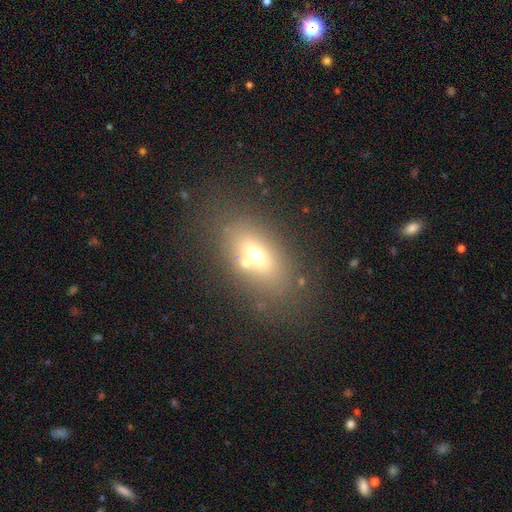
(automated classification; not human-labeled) A smooth galaxy with no disk features (59%) that is in between round and cigar-shaped (80%).

Vote fractions:
- Smooth or featured? smooth: 59% / featured or disk: 26% / star or artifact: 15%
- How rounded? in between: 80% / round: 14% / cigar-shaped: 6%
- Merging? none: 60% / merger: 20% / minor disturbance: 12% / major disturbance: 7%